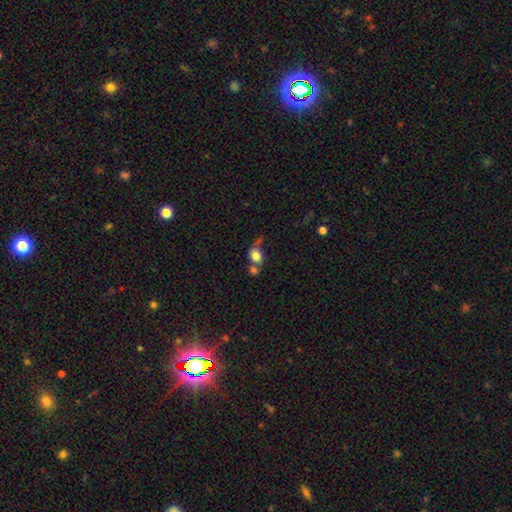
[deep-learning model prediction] Smooth or featured? smooth (77%)
How rounded? round (53%)
Merging? merger (44%)